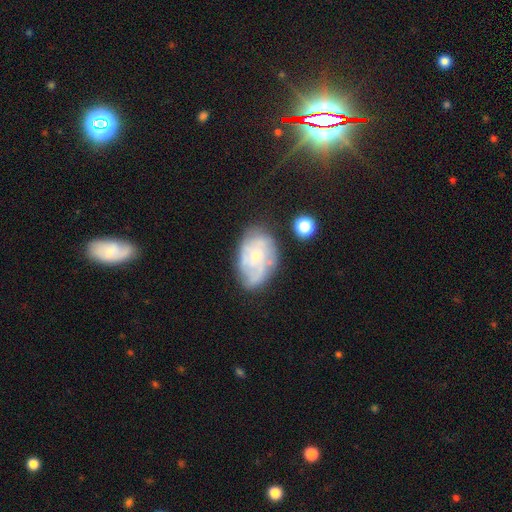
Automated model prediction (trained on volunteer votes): smooth_or_featured: featured or disk (p=0.69) [alt: smooth p=0.24]
disk_edge_on: no (p=0.96) [alt: yes p=0.04]
bar: no (p=0.80) [alt: weak p=0.17]
has_spiral_arms: yes (p=0.78) [alt: no p=0.22]
spiral_winding: tight (p=0.55) [alt: medium p=0.33]
spiral_arm_count: can't tell (p=0.47) [alt: 3 p=0.19]
bulge_size: small (p=0.66) [alt: moderate p=0.30]
merging: none (p=0.63) [alt: minor disturbance p=0.24]